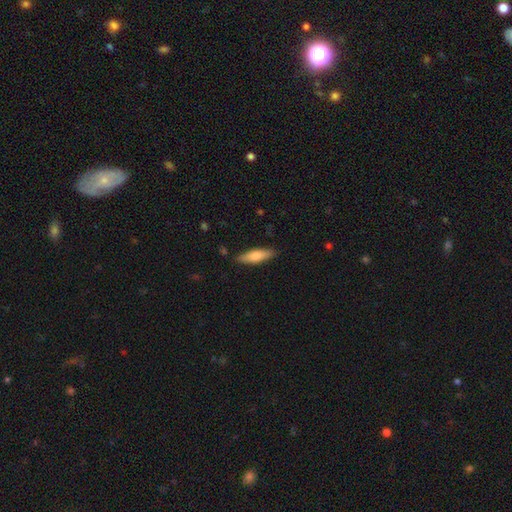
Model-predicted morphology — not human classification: Smooth or featured?
  - smooth: 69% *
  - featured or disk: 25%
  - star or artifact: 6%
How rounded?
  - cigar-shaped: 61% *
  - in between: 37%
  - round: 2%
Merging?
  - none: 86% *
  - minor disturbance: 11%
  - major disturbance: 2%
  - merger: 1%